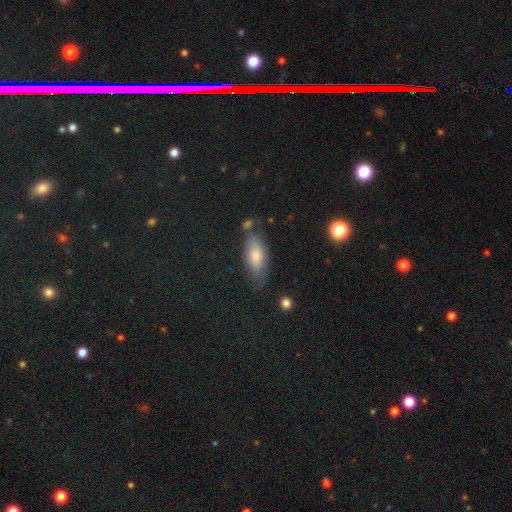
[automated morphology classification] This is likely a smooth galaxy (74%). How rounded: clearly in between (81%). Merging: possibly none (59%).